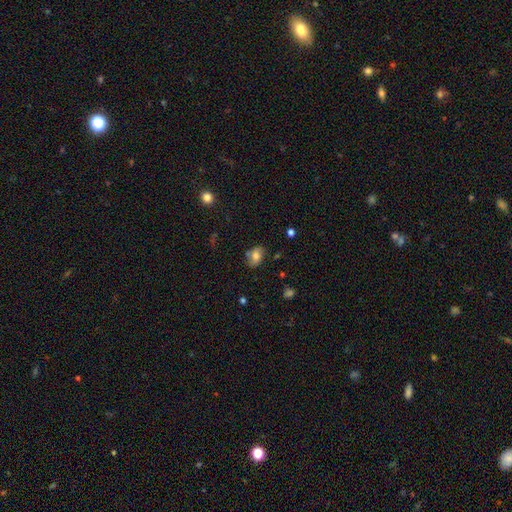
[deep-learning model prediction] Morphology: type=smooth (69%); roundness=in between (78%); merging=none (72%).